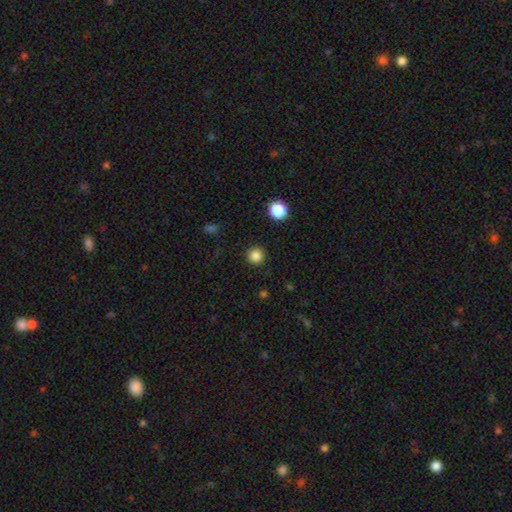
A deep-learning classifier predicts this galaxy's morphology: Q: Smooth or featured?
A: smooth (85%); runner-up: star or artifact (12%)
Q: How rounded?
A: round (95%); runner-up: in between (4%)
Q: Merging?
A: none (92%); runner-up: minor disturbance (5%)